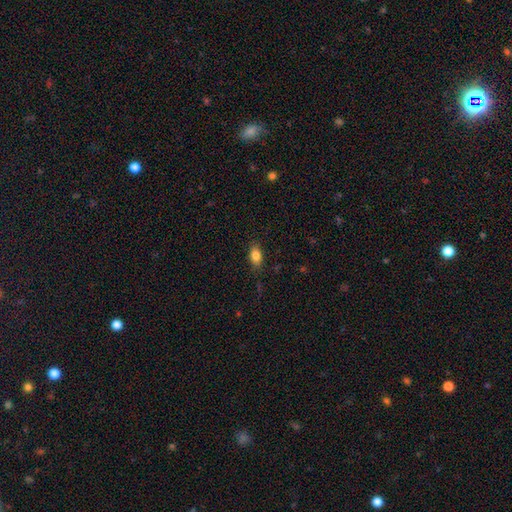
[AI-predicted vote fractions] Smooth or featured?
  - smooth: 83% *
  - star or artifact: 9%
  - featured or disk: 9%
How rounded?
  - in between: 86% *
  - round: 9%
  - cigar-shaped: 5%
Merging?
  - none: 84% *
  - minor disturbance: 12%
  - major disturbance: 3%
  - merger: 1%